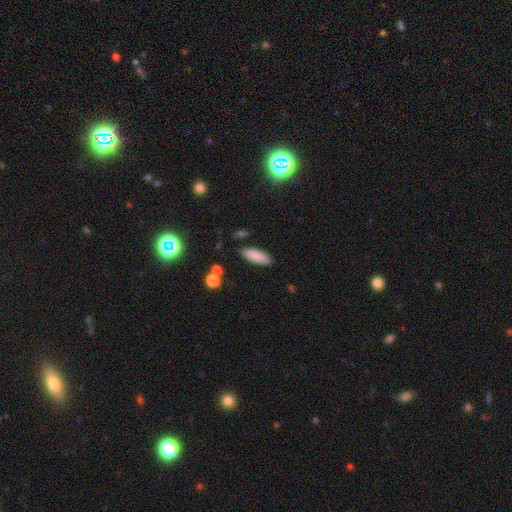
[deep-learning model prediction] This is clearly a smooth galaxy (87%). How rounded: likely in between (61%). Merging: clearly none (87%).